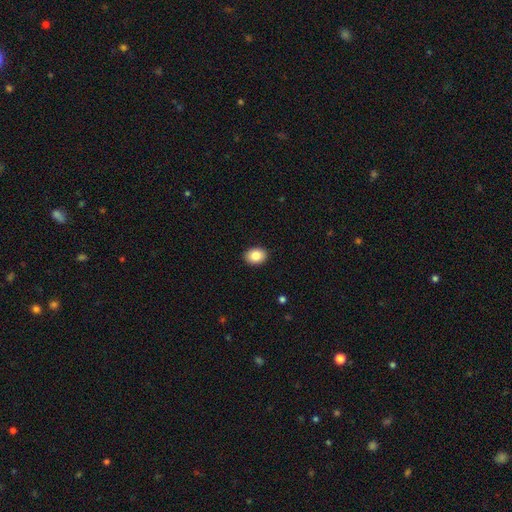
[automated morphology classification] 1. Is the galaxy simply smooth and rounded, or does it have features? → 86% smooth, 8% star or artifact, 6% featured or disk.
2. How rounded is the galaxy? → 67% in between, 32% round, 1% cigar-shaped.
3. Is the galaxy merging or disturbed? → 91% none, 7% minor disturbance, 2% major disturbance, 1% merger.